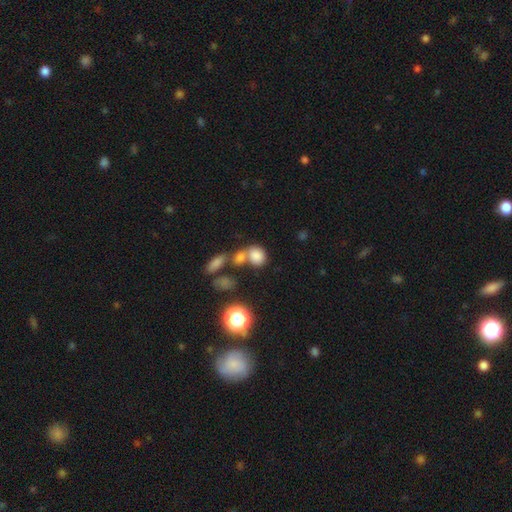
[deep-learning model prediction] Smooth or featured: smooth — 78% (star or artifact — 13%)
How rounded: round — 62% (in between — 36%)
Merging: merger — 44% (none — 39%)